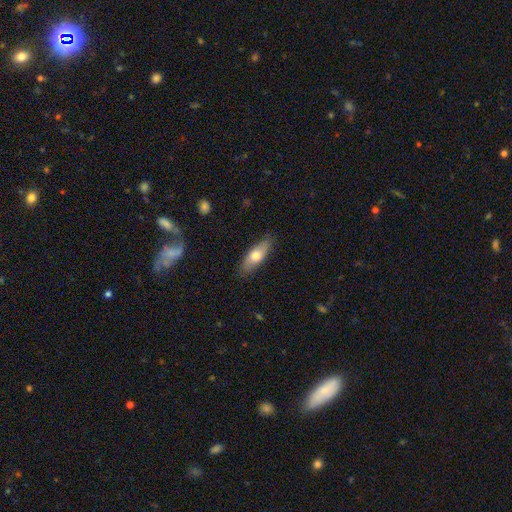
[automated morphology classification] smooth-or-featured: smooth: 68% | featured or disk: 27% | star or artifact: 6%
  how-rounded: in between: 67% | cigar-shaped: 30% | round: 3%
  merging: none: 84% | minor disturbance: 12% | major disturbance: 2% | merger: 1%